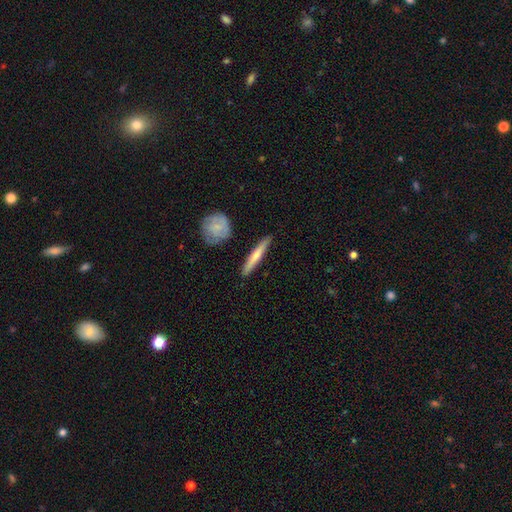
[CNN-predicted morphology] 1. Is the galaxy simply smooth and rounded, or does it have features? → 56% smooth, 39% featured or disk, 5% star or artifact.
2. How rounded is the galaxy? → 93% cigar-shaped, 5% in between, 2% round.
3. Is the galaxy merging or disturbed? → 88% none, 8% minor disturbance, 2% merger, 2% major disturbance.